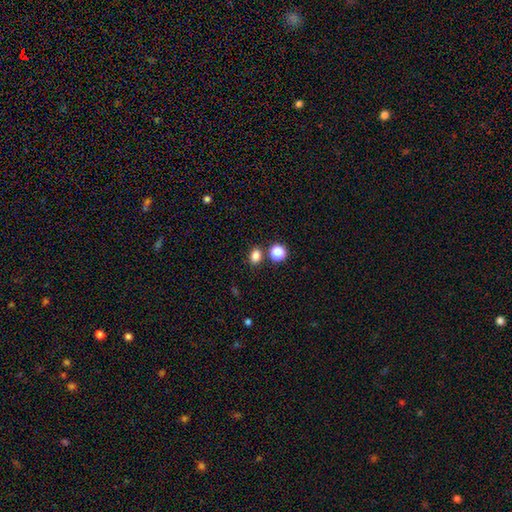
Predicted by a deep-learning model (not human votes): Smooth or featured? Predicted: smooth (p=0.83). How rounded? Predicted: in between (p=0.53). Merging? Predicted: none (p=0.73).